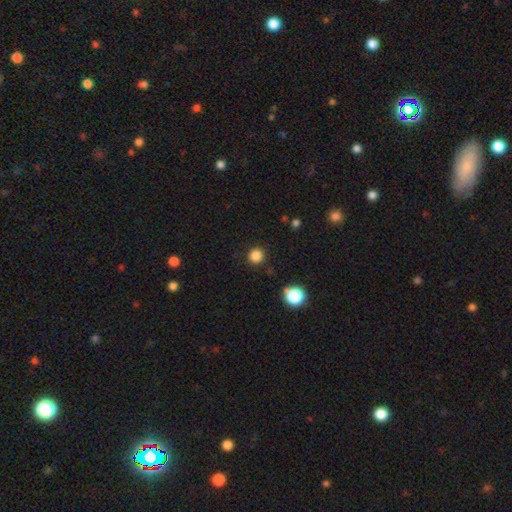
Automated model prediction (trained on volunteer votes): Morphology: type=smooth (84%); roundness=round (94%); merging=none (89%).